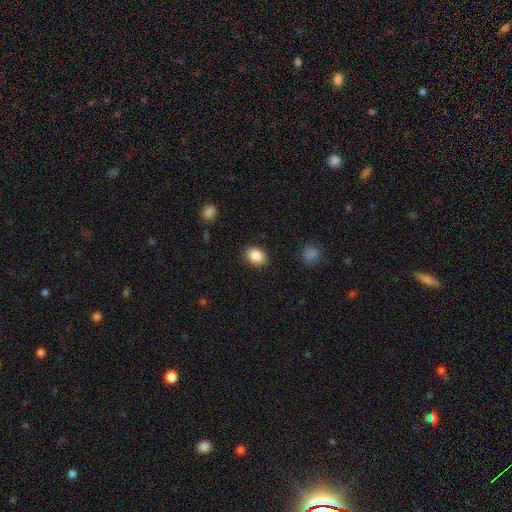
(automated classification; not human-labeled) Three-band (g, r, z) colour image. It shows a smooth galaxy with no disk features (87%) that is in between round and cigar-shaped (56%). Merging: none (88%).